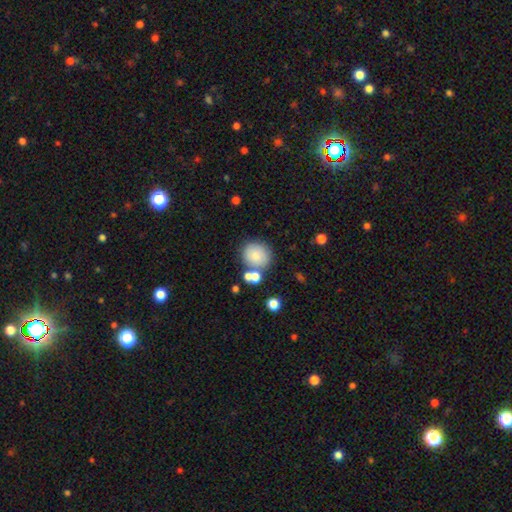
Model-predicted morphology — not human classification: The model was most divided on "merging": none: 67%, merger: 17%, minor disturbance: 12%, major disturbance: 4%. More confident: how rounded — round (86%); smooth or featured — smooth (79%).